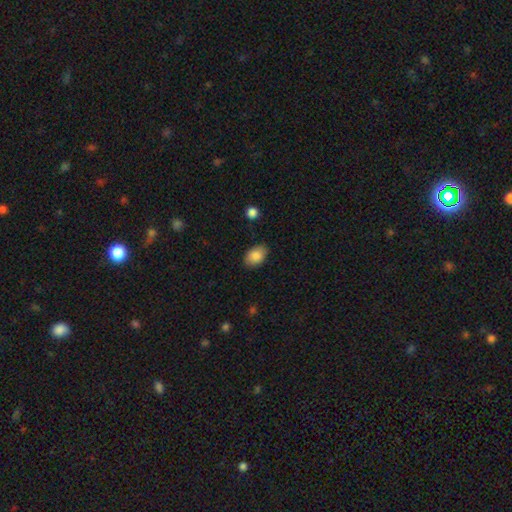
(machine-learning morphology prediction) The model was most divided on "how rounded": in between: 82%, round: 17%, cigar-shaped: 1%. More confident: smooth or featured — smooth (87%); merging — none (81%).